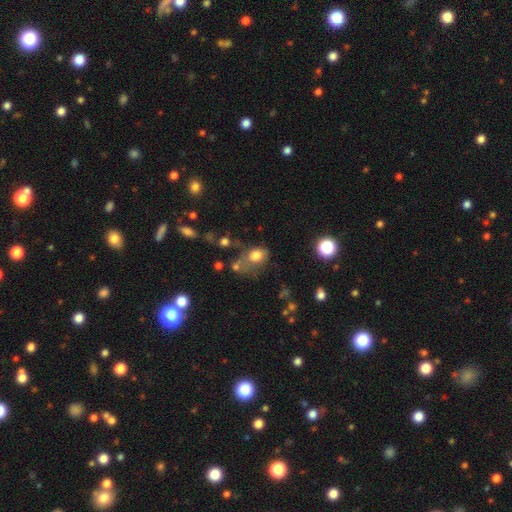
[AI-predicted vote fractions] smooth_or_featured: smooth (p=0.76) [alt: featured or disk p=0.12]
how_rounded: in between (p=0.65) [alt: round p=0.33]
merging: none (p=0.37) [alt: minor disturbance p=0.24]